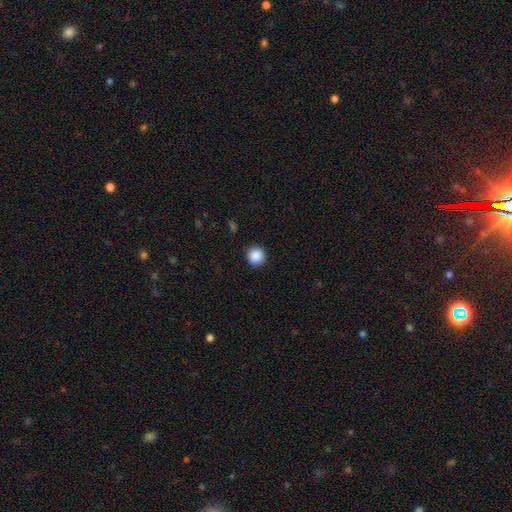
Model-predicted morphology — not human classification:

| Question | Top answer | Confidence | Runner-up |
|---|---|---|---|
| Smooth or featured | smooth | 89% | star or artifact (9%) |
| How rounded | round | 94% | in between (5%) |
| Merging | none | 92% | minor disturbance (5%) |